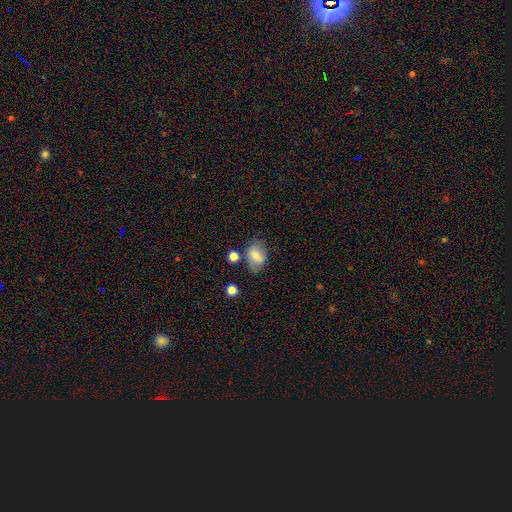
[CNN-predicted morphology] Smooth or featured? smooth (72%)
How rounded? in between (81%)
Merging? none (66%)